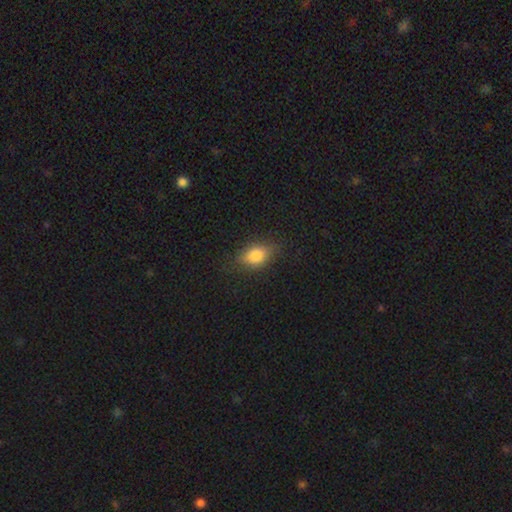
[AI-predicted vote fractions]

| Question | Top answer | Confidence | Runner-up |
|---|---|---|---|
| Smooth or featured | smooth | 81% | star or artifact (10%) |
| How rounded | in between | 77% | round (20%) |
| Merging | none | 77% | minor disturbance (17%) |